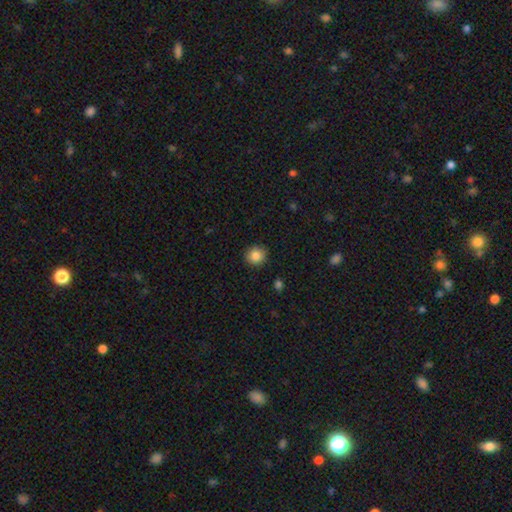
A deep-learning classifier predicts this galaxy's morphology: This is clearly a smooth galaxy (84%). How rounded: clearly round (90%). Merging: clearly none (91%).